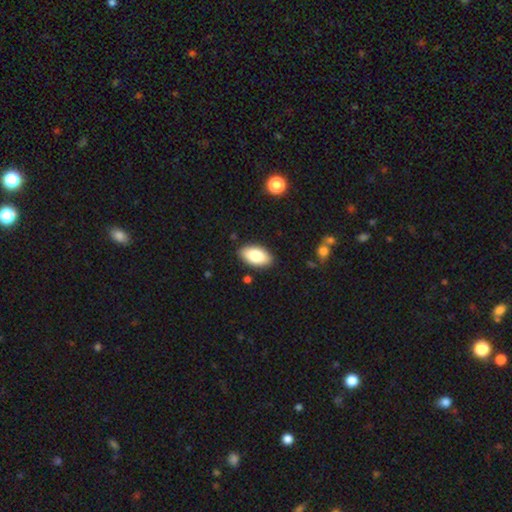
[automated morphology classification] Q: Smooth or featured?
A: smooth (80%); runner-up: featured or disk (13%)
Q: How rounded?
A: in between (94%); runner-up: round (3%)
Q: Merging?
A: none (88%); runner-up: minor disturbance (9%)